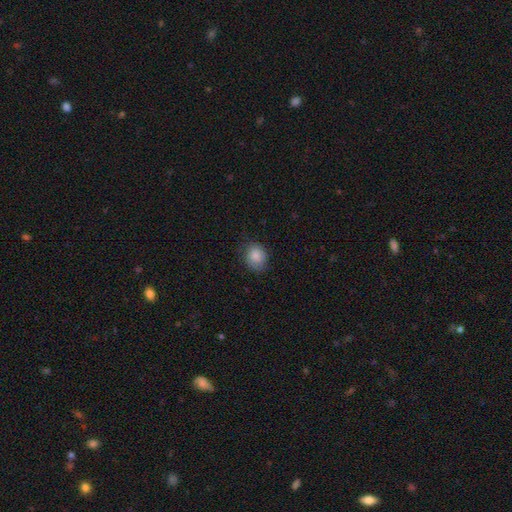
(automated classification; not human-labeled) Overall: smooth (83%). How rounded: round (60%; in between 40%). Merging: none (71%).